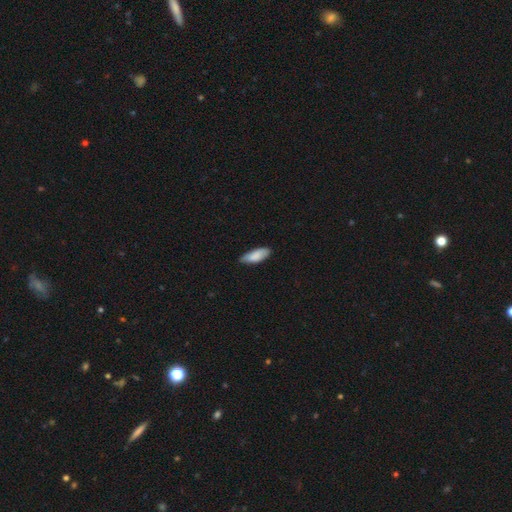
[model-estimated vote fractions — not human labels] This is clearly a smooth galaxy (86%). How rounded: likely in between (76%). Merging: likely none (74%).